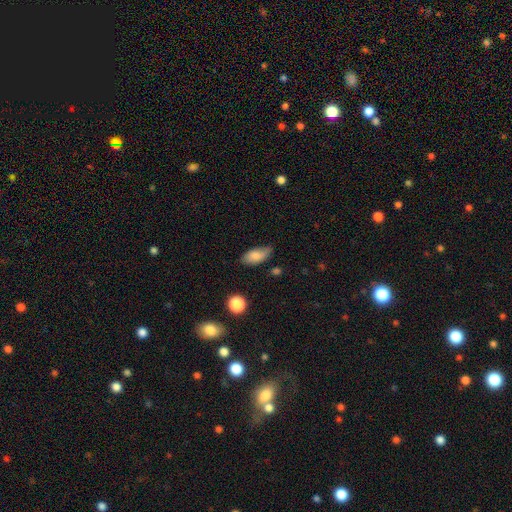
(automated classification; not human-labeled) Smooth or featured? Predicted: smooth (p=0.79). How rounded? Predicted: in between (p=0.90). Merging? Predicted: none (p=0.65).